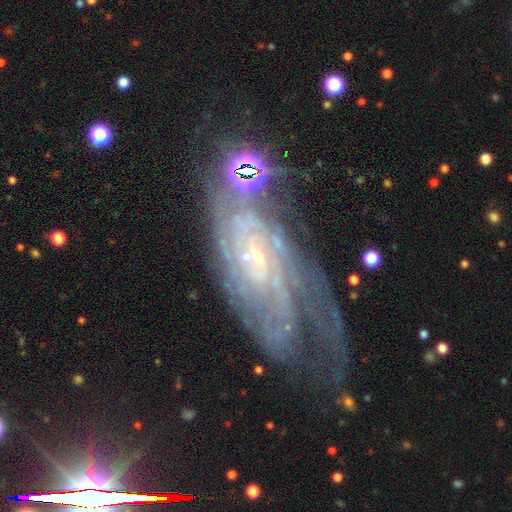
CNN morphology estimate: Q: Smooth or featured?
A: featured or disk (83%); runner-up: star or artifact (10%)
Q: Edge-on disk?
A: no (91%); runner-up: yes (9%)
Q: Bar?
A: no (58%); runner-up: weak (32%)
Q: Spiral arms?
A: yes (95%); runner-up: no (5%)
Q: Spiral winding?
A: tight (63%); runner-up: medium (29%)
Q: Spiral arm count?
A: can't tell (40%); runner-up: 2 (17%)
Q: Bulge size?
A: small (77%); runner-up: moderate (12%)
Q: Merging?
A: none (52%); runner-up: minor disturbance (22%)